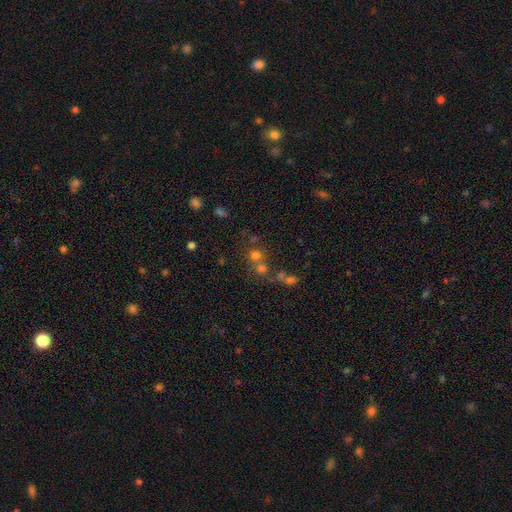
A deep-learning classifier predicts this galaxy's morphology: Smooth or featured?
  - smooth: 65% *
  - star or artifact: 23%
  - featured or disk: 12%
How rounded?
  - round: 86% *
  - in between: 13%
  - cigar-shaped: 1%
Merging?
  - none: 51% *
  - merger: 38%
  - minor disturbance: 7%
  - major disturbance: 4%